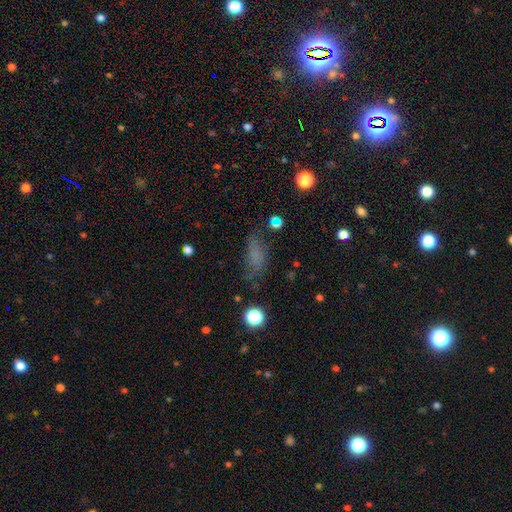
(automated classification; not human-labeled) Smooth or featured: smooth — 67% (star or artifact — 19%)
How rounded: in between — 70% (cigar-shaped — 23%)
Merging: none — 57% (minor disturbance — 24%)